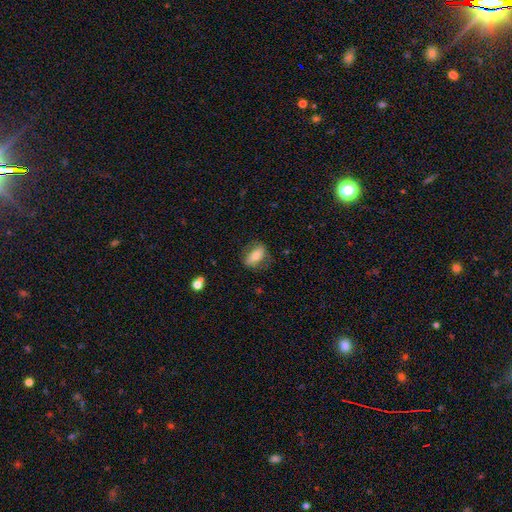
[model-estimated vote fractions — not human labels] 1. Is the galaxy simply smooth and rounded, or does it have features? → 64% smooth, 28% featured or disk, 8% star or artifact.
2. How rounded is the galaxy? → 79% in between, 12% cigar-shaped, 9% round.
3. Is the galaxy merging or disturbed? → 75% none, 17% minor disturbance, 6% major disturbance, 1% merger.